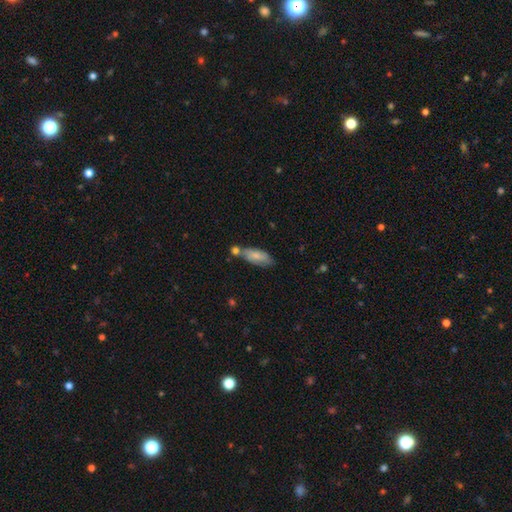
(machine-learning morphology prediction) type=smooth (74%); roundness=in between (74%); merging=none (51%).